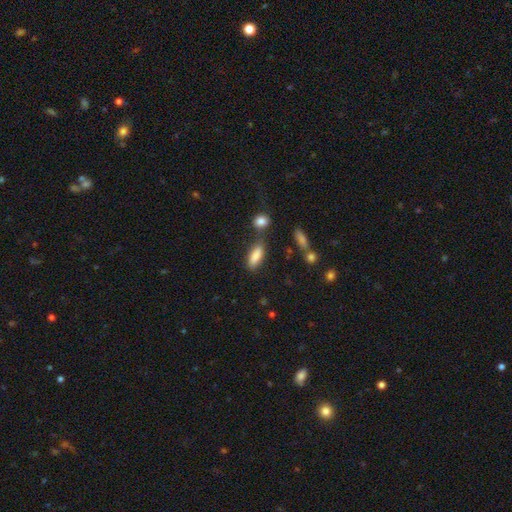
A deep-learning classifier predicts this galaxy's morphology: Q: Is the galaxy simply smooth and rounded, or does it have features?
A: smooth — 85%.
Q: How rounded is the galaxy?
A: in between — 69%.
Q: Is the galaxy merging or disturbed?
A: none — 69%.